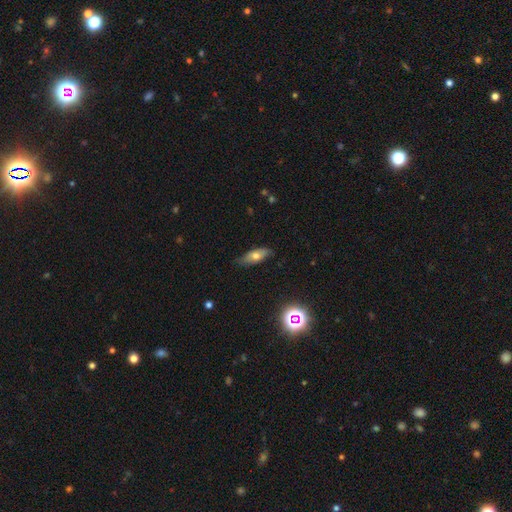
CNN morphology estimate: Q: Smooth or featured?
A: smooth (60%); runner-up: featured or disk (30%)
Q: How rounded?
A: in between (70%); runner-up: cigar-shaped (26%)
Q: Merging?
A: none (75%); runner-up: minor disturbance (21%)